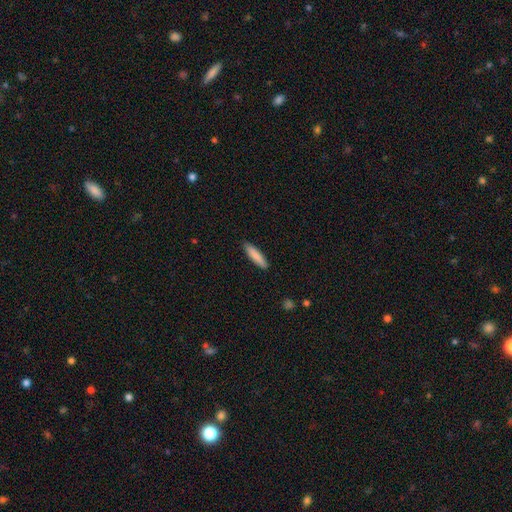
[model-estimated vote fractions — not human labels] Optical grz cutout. It shows a smooth galaxy with no disk features (84%) that is cigar-shaped (80%). Merging: none (89%).